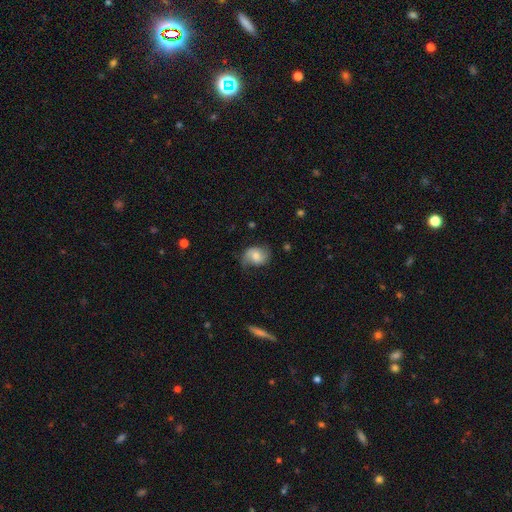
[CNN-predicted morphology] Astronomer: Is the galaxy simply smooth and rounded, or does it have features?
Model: smooth — 51% (runner-up: featured or disk, 40%).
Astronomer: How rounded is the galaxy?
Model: in between — 56% (runner-up: round, 43%).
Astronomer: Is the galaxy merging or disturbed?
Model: none — 55%.